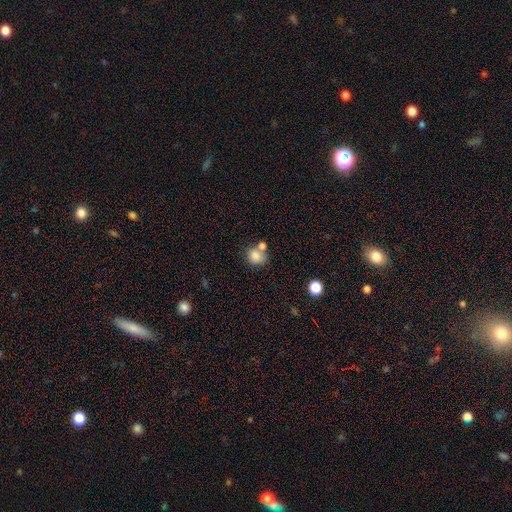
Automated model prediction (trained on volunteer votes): Smooth or featured: smooth — 81% (star or artifact — 10%)
How rounded: round — 70% (in between — 29%)
Merging: none — 49% (merger — 33%)